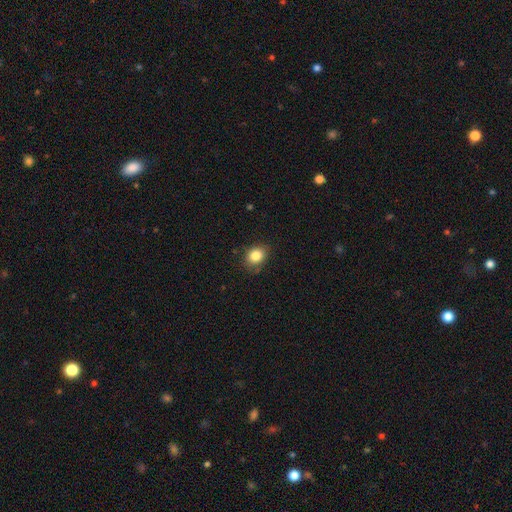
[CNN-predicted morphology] Q: Smooth or featured?
A: smooth (84%); runner-up: star or artifact (10%)
Q: How rounded?
A: round (54%); runner-up: in between (45%)
Q: Merging?
A: none (80%); runner-up: minor disturbance (16%)